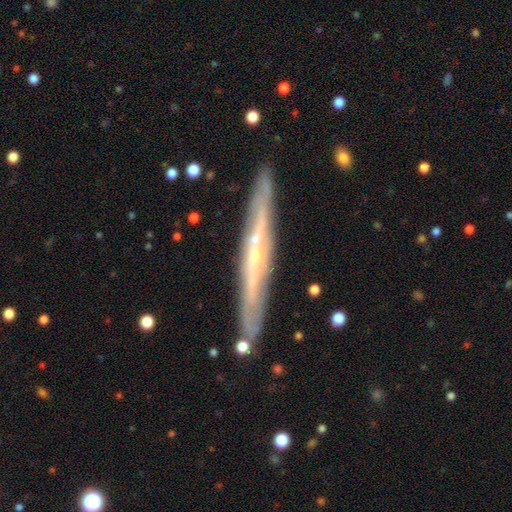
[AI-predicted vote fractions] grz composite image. It shows a featured or disk galaxy (76%) viewed edge-on (91%) with a rounded central bulge (53%). Merging: none (87%).